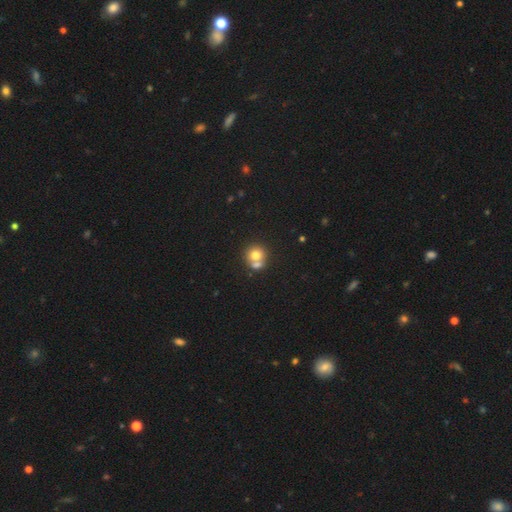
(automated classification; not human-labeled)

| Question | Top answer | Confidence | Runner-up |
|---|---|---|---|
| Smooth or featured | smooth | 73% | featured or disk (17%) |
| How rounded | round | 86% | in between (13%) |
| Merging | merger | 46% | none (43%) |